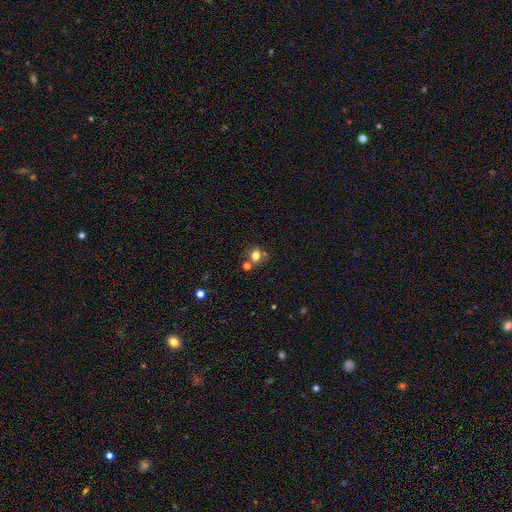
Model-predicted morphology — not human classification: smooth_or_featured: smooth (p=0.76) [alt: star or artifact p=0.16]
how_rounded: round (p=0.64) [alt: in between p=0.35]
merging: none (p=0.67) [alt: merger p=0.16]